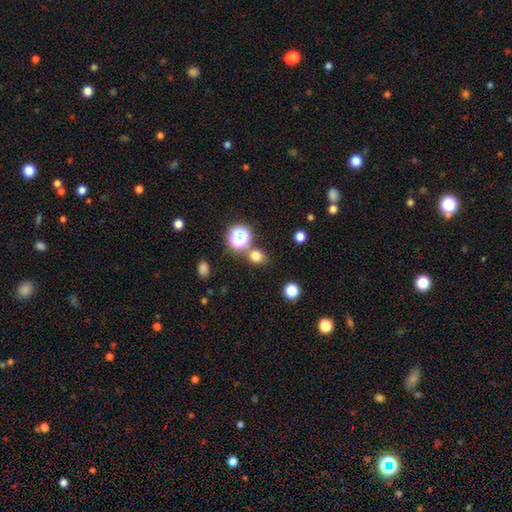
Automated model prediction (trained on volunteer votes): smooth 72%, star or artifact 22%, featured or disk 6%. Down the decision tree: how rounded — round (75%); merging — none (73%).